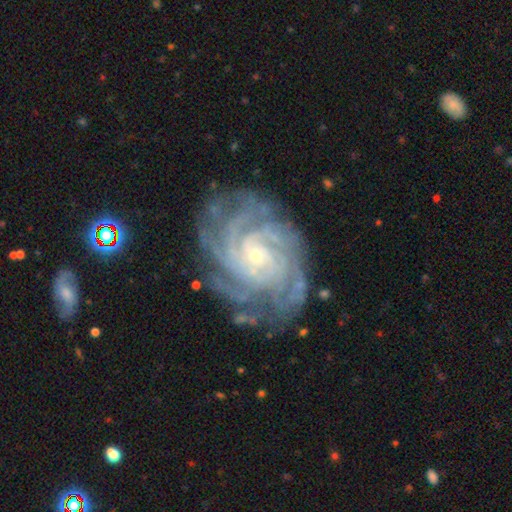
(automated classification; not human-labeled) smooth-or-featured: featured or disk: 91% | star or artifact: 5% | smooth: 4%
  disk-edge-on: no: 97% | yes: 3%
    bar: no: 70% | weak: 23% | strong: 7%
    has-spiral-arms: yes: 98% | no: 2%
      spiral-winding: tight: 77% | medium: 20% | loose: 3%
      spiral-arm-count: 4: 28% | more than 4: 26% | can't tell: 17% | 3: 12% | 2: 9% | 1: 8%
    bulge-size: small: 82% | moderate: 14% | none: 2% | large: 1% | dominant: 1%
  merging: none: 75% | minor disturbance: 17% | major disturbance: 7% | merger: 2%